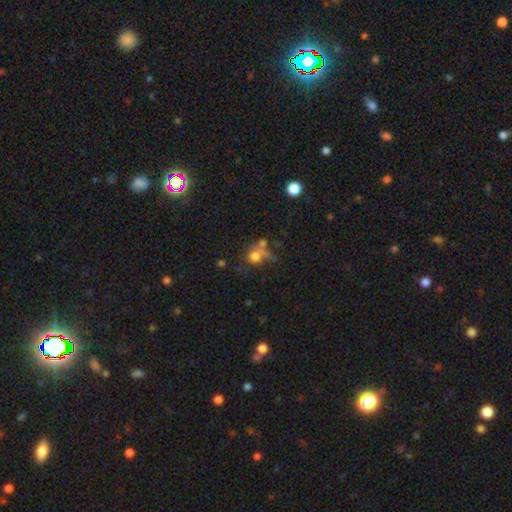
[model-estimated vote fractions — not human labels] Q: Smooth or featured?
A: smooth (70%); runner-up: featured or disk (17%)
Q: How rounded?
A: round (74%); runner-up: in between (24%)
Q: Merging?
A: none (34%); runner-up: merger (30%)